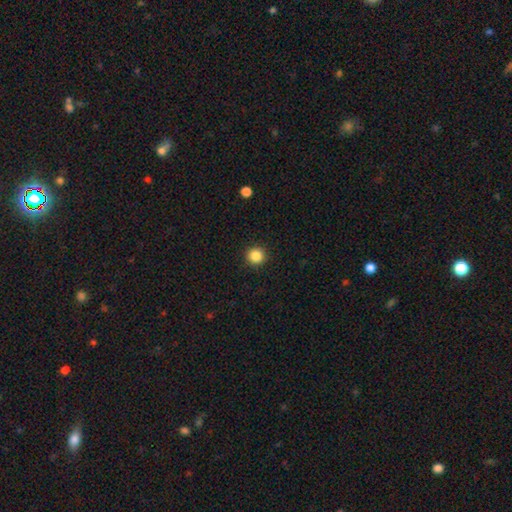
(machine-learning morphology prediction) Overall: smooth (85%). How rounded: round (94%). Merging: none (92%).